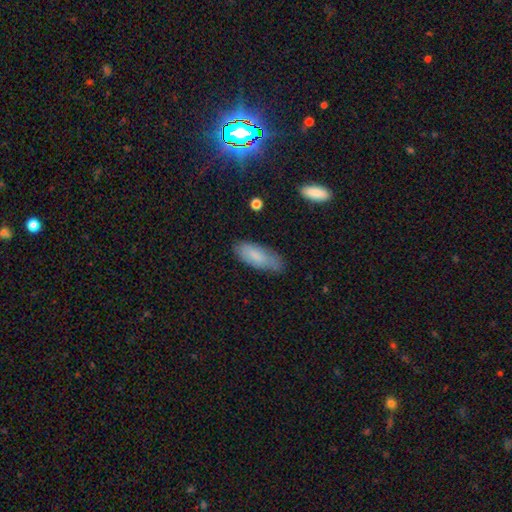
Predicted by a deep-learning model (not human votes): A smooth galaxy with no disk features (80%) that is in between round and cigar-shaped (75%). Merging: none (69%).